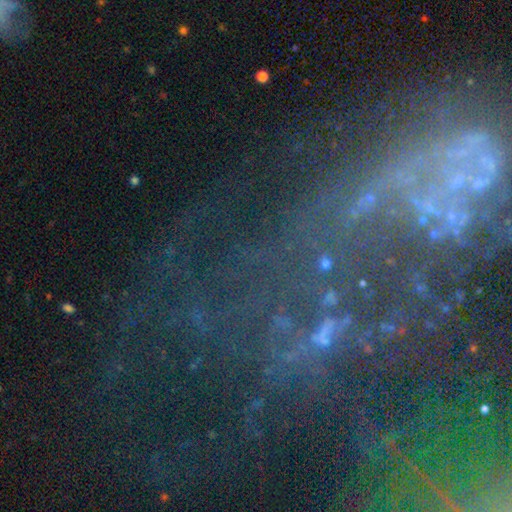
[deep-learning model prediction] Smooth or featured?
  - featured or disk: 45% *
  - star or artifact: 44%
  - smooth: 11%
Merging?
  - none: 51% *
  - major disturbance: 26%
  - minor disturbance: 15%
  - merger: 8%